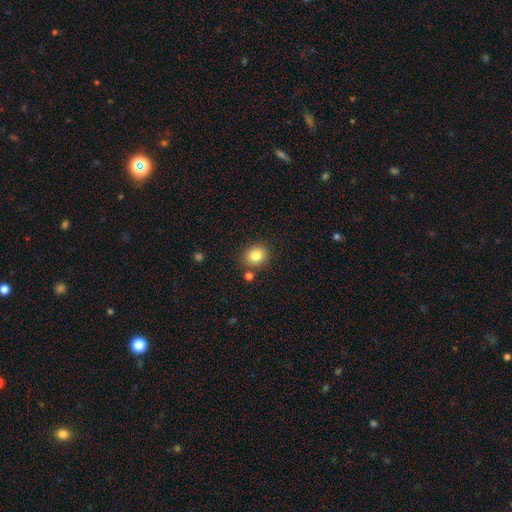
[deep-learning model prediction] Morphology: type=smooth (82%); roundness=round (77%); merging=none (81%).